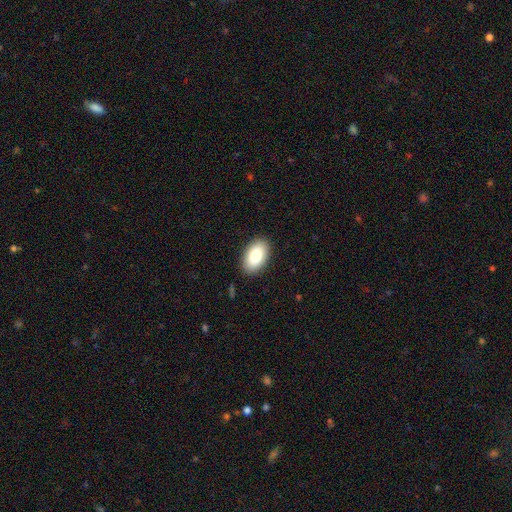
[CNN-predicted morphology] This appears to be a smooth galaxy with no disk features (81%) that is in between round and cigar-shaped (93%). Merging: none (89%).